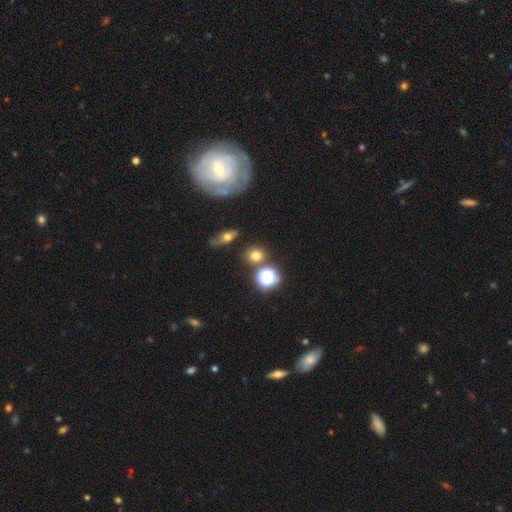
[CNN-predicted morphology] This is likely a smooth galaxy (68%). How rounded: likely round (75%). Merging: likely none (79%).